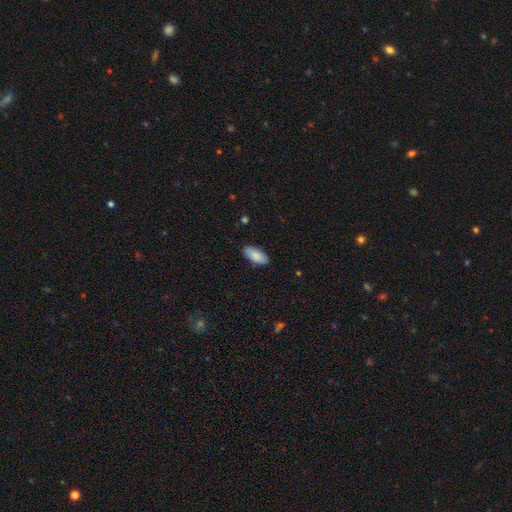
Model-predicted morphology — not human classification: smooth-or-featured: smooth: 86% | featured or disk: 8% | star or artifact: 6%
  how-rounded: in between: 89% | cigar-shaped: 9% | round: 2%
  merging: none: 85% | minor disturbance: 12% | major disturbance: 2% | merger: 1%